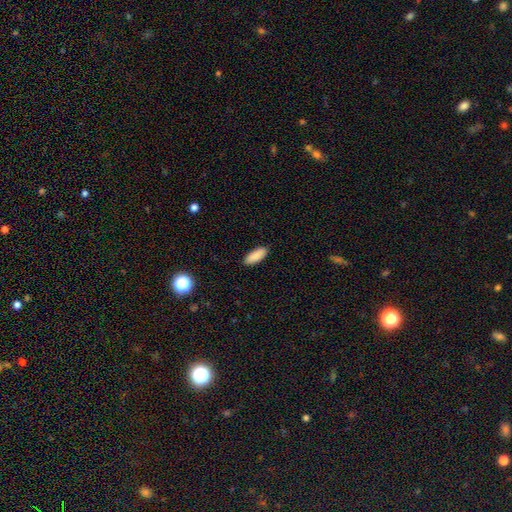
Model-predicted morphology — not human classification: Smooth or featured? Predicted: smooth (p=0.89). How rounded? Predicted: in between (p=0.75). Merging? Predicted: none (p=0.89).